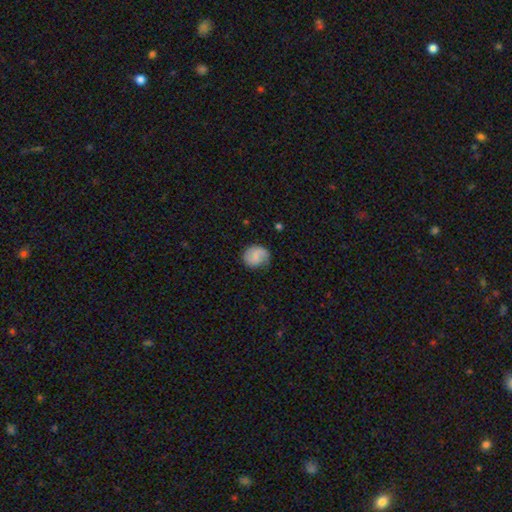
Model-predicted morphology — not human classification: A smooth galaxy with no disk features (62%) that is round (72%). Merging: none (71%).